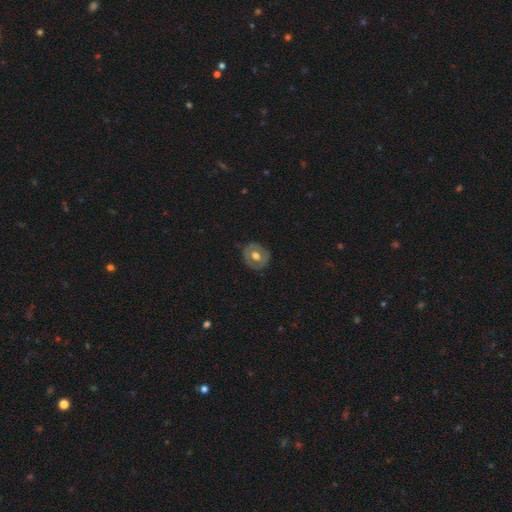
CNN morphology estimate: smooth-or-featured: smooth: 47% (tied) | featured or disk: 47% (tied) | star or artifact: 6%
  merging: none: 82% | minor disturbance: 13% | major disturbance: 3% | merger: 1%